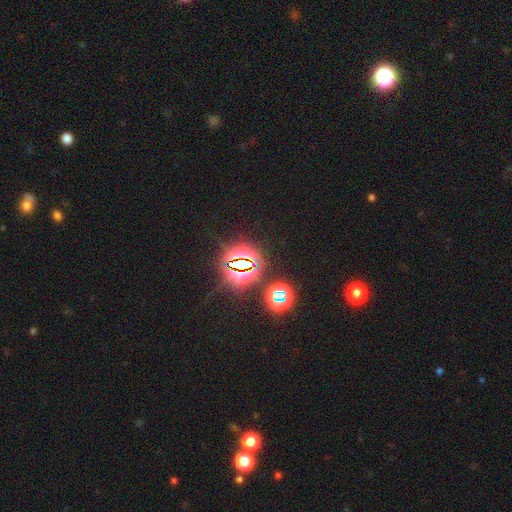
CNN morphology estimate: smooth-or-featured: star or artifact: 80% | smooth: 13% | featured or disk: 7%